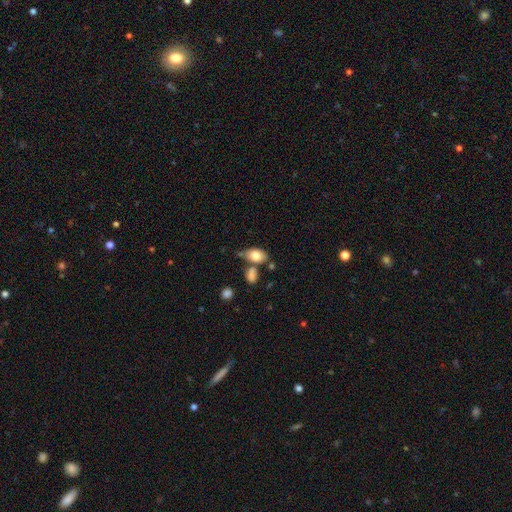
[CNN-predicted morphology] smooth-or-featured: smooth: 79% | featured or disk: 14% | star or artifact: 8%
  how-rounded: in between: 87% | round: 11% | cigar-shaped: 2%
  merging: none: 57% | merger: 20% | minor disturbance: 18% | major disturbance: 5%